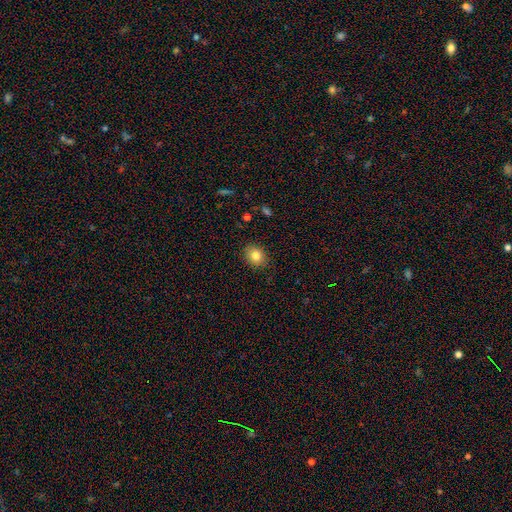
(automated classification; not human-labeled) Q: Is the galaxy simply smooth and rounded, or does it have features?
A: smooth — 82%.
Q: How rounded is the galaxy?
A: round — 55%.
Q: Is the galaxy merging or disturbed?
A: none — 88%.